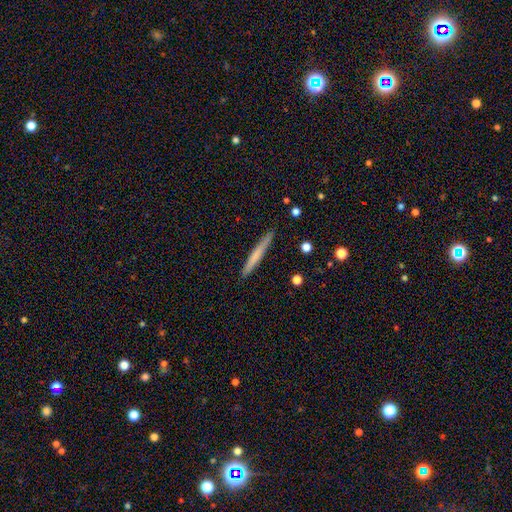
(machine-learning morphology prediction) smooth_or_featured: smooth (p=0.63) [alt: featured or disk p=0.31]
how_rounded: cigar-shaped (p=0.96) [alt: in between p=0.02]
merging: none (p=0.90) [alt: minor disturbance p=0.08]